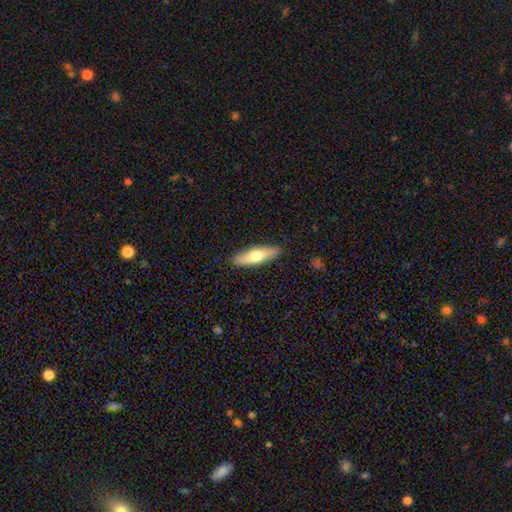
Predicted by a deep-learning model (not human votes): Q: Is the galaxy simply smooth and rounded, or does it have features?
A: smooth — 58%.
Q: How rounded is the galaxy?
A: cigar-shaped — 65%.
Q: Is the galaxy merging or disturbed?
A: none — 89%.